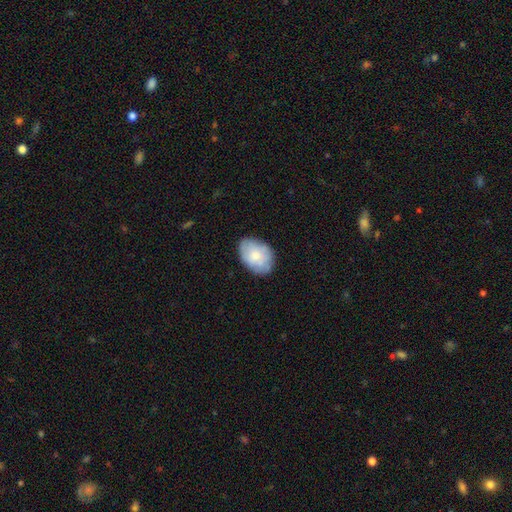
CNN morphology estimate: Q: Smooth or featured?
A: smooth (72%); runner-up: featured or disk (22%)
Q: How rounded?
A: in between (84%); runner-up: round (15%)
Q: Merging?
A: none (77%); runner-up: minor disturbance (18%)